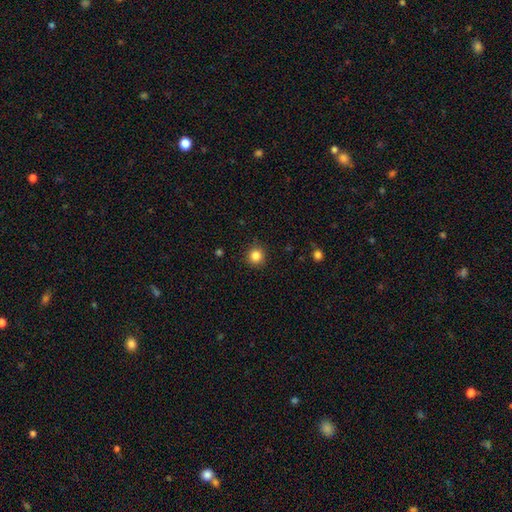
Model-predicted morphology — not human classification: A smooth galaxy with no disk features (85%) that is round (93%).

Vote fractions:
- Smooth or featured? smooth: 85% / star or artifact: 11% / featured or disk: 4%
- How rounded? round: 93% / in between: 6% / cigar-shaped: 1%
- Merging? none: 90% / minor disturbance: 7% / major disturbance: 2% / merger: 1%